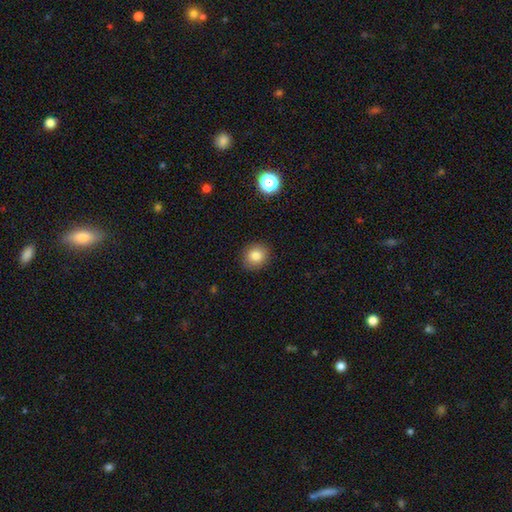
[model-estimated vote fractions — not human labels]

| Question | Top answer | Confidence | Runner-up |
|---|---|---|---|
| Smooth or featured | smooth | 83% | star or artifact (10%) |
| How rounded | round | 76% | in between (23%) |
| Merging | none | 88% | minor disturbance (9%) |